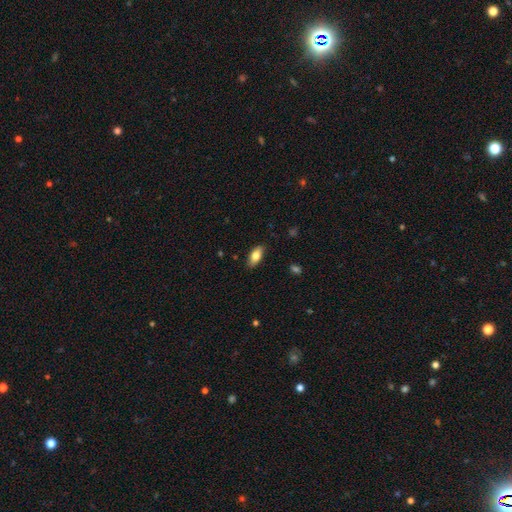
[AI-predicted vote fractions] A smooth galaxy with no disk features (81%) that is in between round and cigar-shaped (89%). Merging: none (85%).